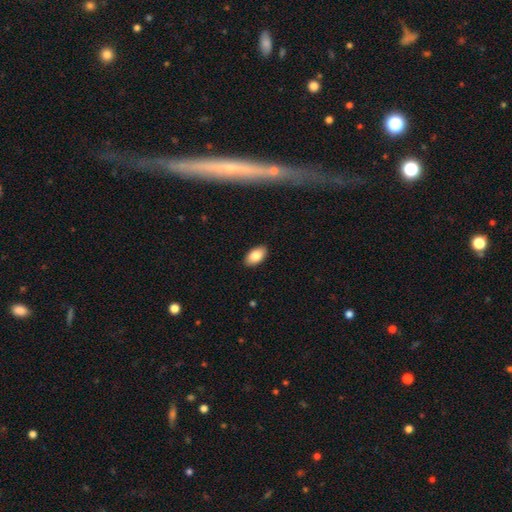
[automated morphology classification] Smooth or featured? Predicted: smooth (p=0.84). How rounded? Predicted: in between (p=0.94). Merging? Predicted: none (p=0.89).